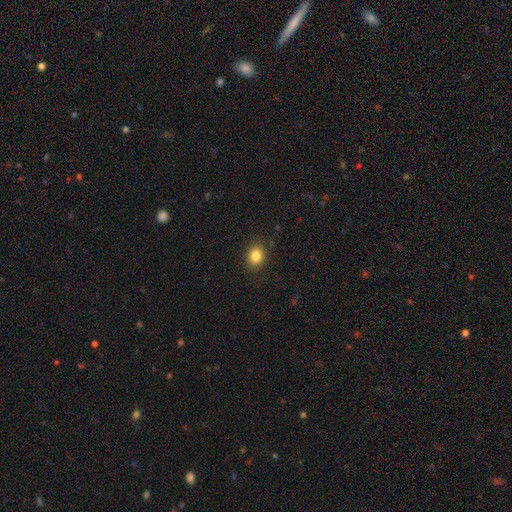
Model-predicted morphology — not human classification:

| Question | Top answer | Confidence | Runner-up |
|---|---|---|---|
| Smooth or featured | smooth | 84% | star or artifact (11%) |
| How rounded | round | 62% | in between (37%) |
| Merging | none | 88% | minor disturbance (8%) |